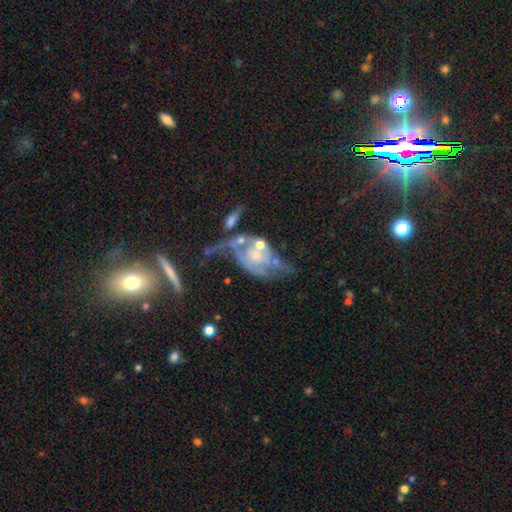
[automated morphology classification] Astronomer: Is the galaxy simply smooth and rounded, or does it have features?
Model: featured or disk — 77%.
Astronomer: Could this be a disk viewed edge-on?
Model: no — 95%.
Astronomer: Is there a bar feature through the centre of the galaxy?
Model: no — 76%.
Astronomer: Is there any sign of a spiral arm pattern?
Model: yes — 68%.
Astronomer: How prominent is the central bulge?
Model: small — 43% (runner-up: moderate, 35%).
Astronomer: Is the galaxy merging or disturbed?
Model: major disturbance — 36% (runner-up: merger, 25%).